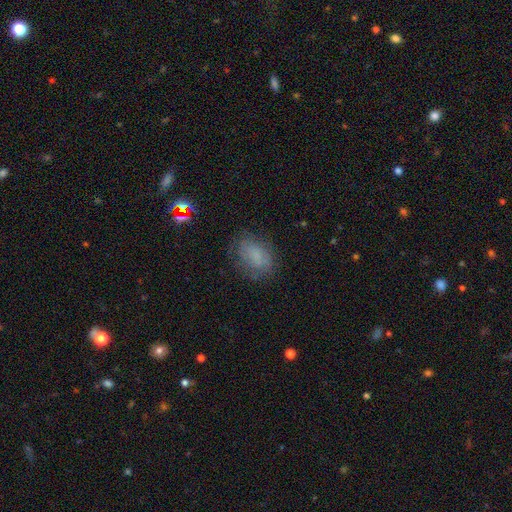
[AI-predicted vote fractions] The model was most divided on "merging": none: 71%, minor disturbance: 19%, major disturbance: 9%, merger: 1%. More confident: how rounded — in between (79%); smooth or featured — smooth (70%).